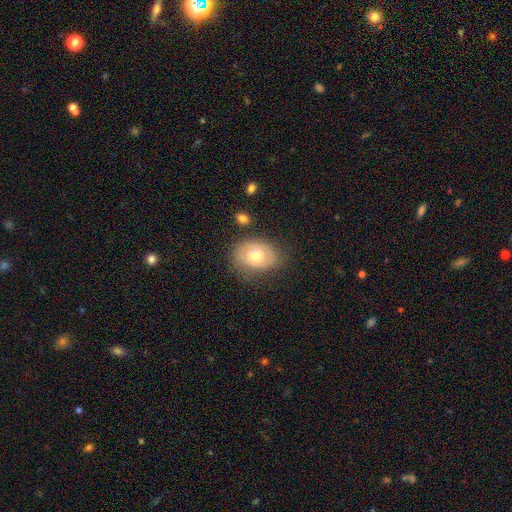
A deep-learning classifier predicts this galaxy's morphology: This appears to be a smooth galaxy with no disk features (56%) that is in between round and cigar-shaped (67%). Merging: none (69%).